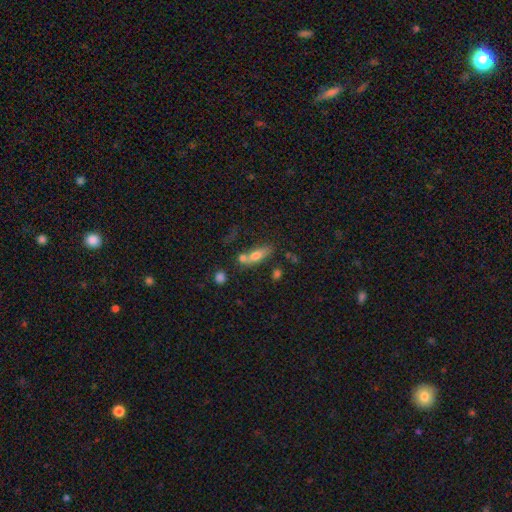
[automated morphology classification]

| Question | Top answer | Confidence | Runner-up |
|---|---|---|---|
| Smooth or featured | smooth | 67% | featured or disk (24%) |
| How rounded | in between | 55% | cigar-shaped (41%) |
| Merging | none | 49% | merger (29%) |